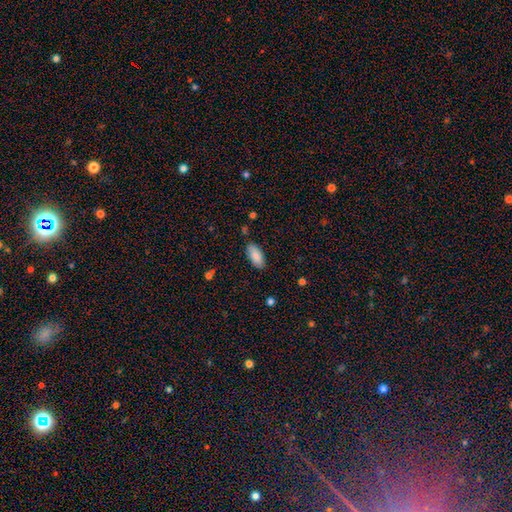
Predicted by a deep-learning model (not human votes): This is clearly a smooth galaxy (87%). How rounded: clearly in between (88%). Merging: clearly none (86%).